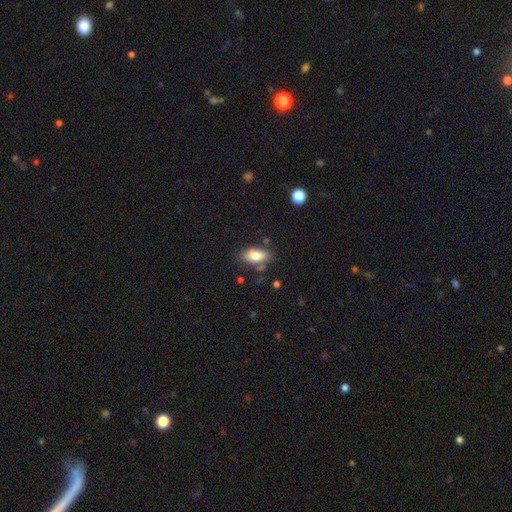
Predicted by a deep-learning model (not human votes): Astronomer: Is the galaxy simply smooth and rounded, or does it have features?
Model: smooth — 80%.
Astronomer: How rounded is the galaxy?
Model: in between — 89%.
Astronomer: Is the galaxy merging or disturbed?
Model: none — 70%.